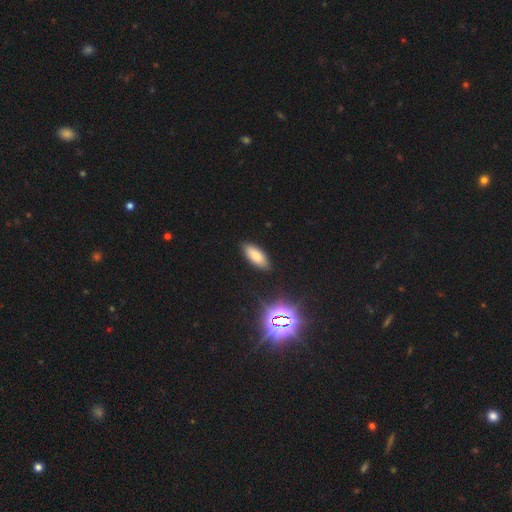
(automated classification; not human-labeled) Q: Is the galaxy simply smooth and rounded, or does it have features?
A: smooth — 80%.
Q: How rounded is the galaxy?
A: in between — 82%.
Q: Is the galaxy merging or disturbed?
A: none — 88%.